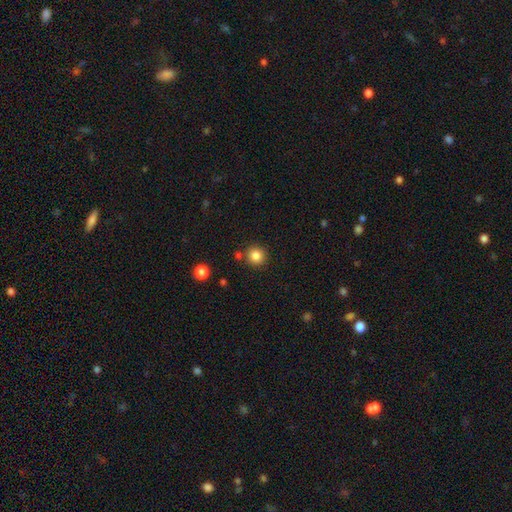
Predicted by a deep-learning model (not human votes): Overall: smooth (85%). How rounded: round (90%). Merging: none (82%).